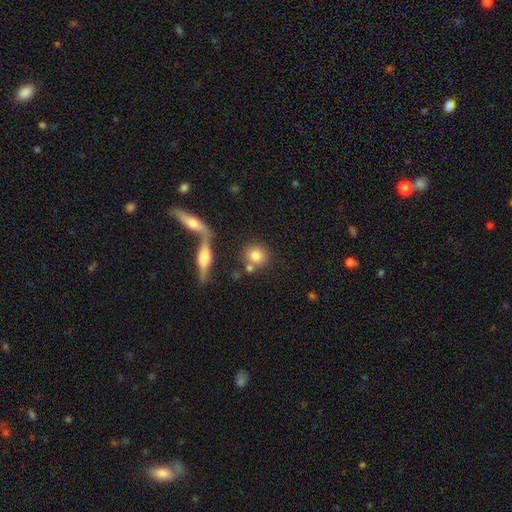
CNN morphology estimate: A smooth galaxy with no disk features (78%) that is round (82%).

Vote fractions:
- Smooth or featured? smooth: 78% / featured or disk: 13% / star or artifact: 8%
- How rounded? round: 82% / in between: 15% / cigar-shaped: 3%
- Merging? none: 66% / merger: 20% / minor disturbance: 10% / major disturbance: 4%